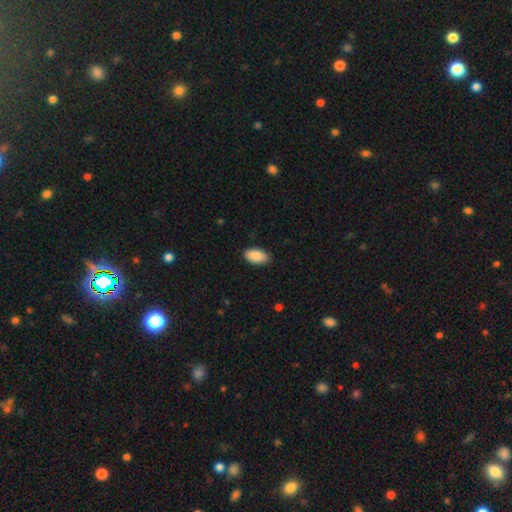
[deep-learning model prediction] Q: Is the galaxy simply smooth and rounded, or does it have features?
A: smooth — 90%.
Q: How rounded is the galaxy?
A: in between — 95%.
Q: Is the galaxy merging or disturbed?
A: none — 86%.